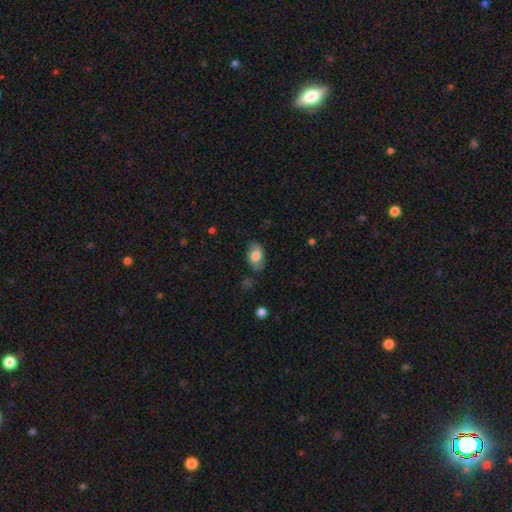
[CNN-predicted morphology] Q: Smooth or featured?
A: smooth (64%); runner-up: featured or disk (29%)
Q: How rounded?
A: in between (90%); runner-up: round (8%)
Q: Merging?
A: none (76%); runner-up: minor disturbance (17%)